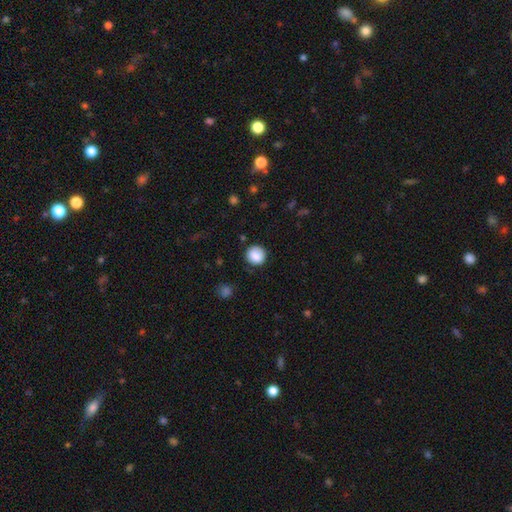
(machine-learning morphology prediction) smooth-or-featured: smooth: 85% | star or artifact: 8% | featured or disk: 6%
  how-rounded: round: 91% | in between: 8% | cigar-shaped: 1%
  merging: none: 83% | minor disturbance: 12% | major disturbance: 3% | merger: 1%